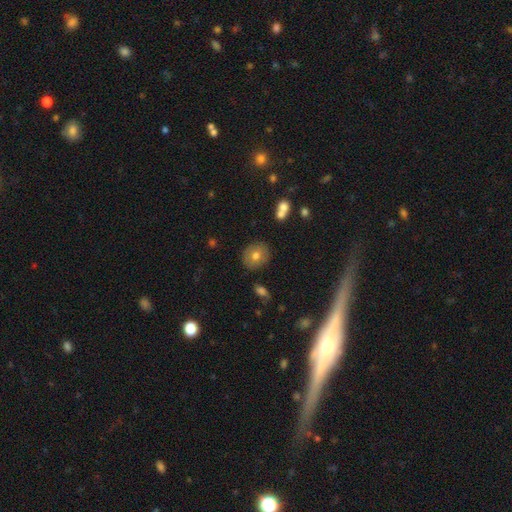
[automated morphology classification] Smooth or featured? Predicted: smooth (p=0.70). How rounded? Predicted: round (p=0.74). Merging? Predicted: none (p=0.84).